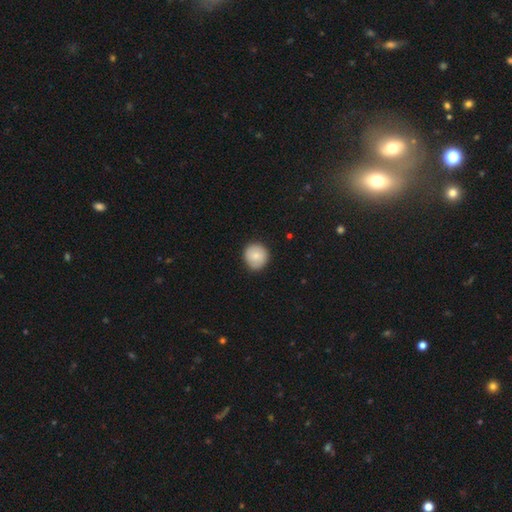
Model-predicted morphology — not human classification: smooth-or-featured: smooth: 80% | featured or disk: 13% | star or artifact: 7%
  how-rounded: round: 91% | in between: 8% | cigar-shaped: 1%
  merging: none: 87% | minor disturbance: 10% | major disturbance: 2% | merger: 1%